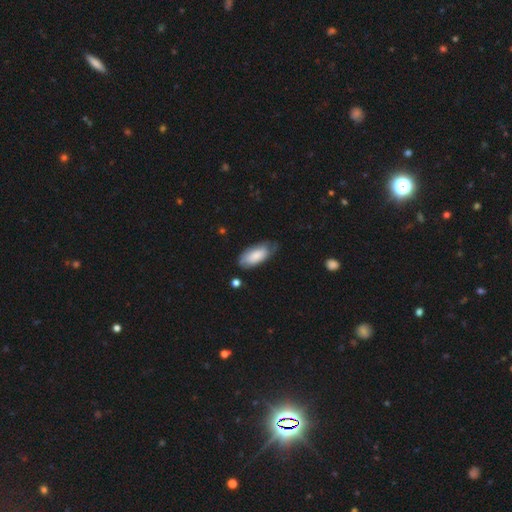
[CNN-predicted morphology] smooth_or_featured: smooth (p=0.73) [alt: featured or disk p=0.21]
how_rounded: in between (p=0.89) [alt: cigar-shaped p=0.09]
merging: none (p=0.58) [alt: minor disturbance p=0.31]